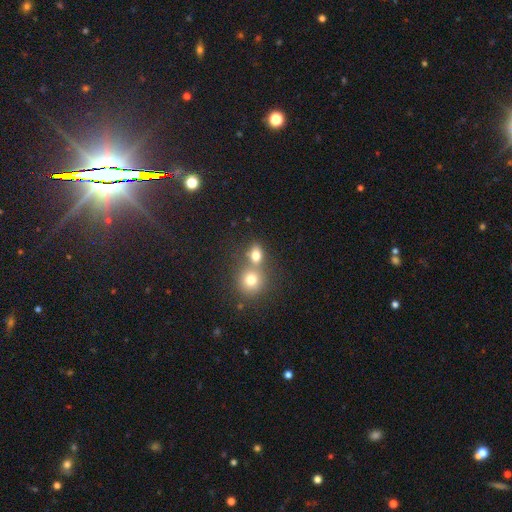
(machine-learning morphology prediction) A smooth galaxy with no disk features (77%) that is round (58%). Merging: none (46%).